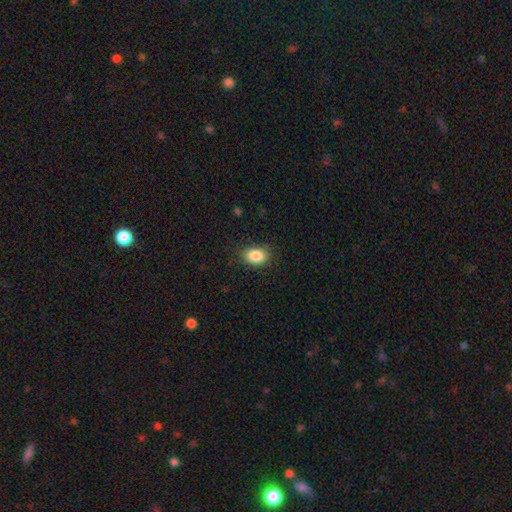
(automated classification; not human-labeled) This appears to be a smooth galaxy with no disk features (87%) that is in between round and cigar-shaped (76%). Merging: none (84%).